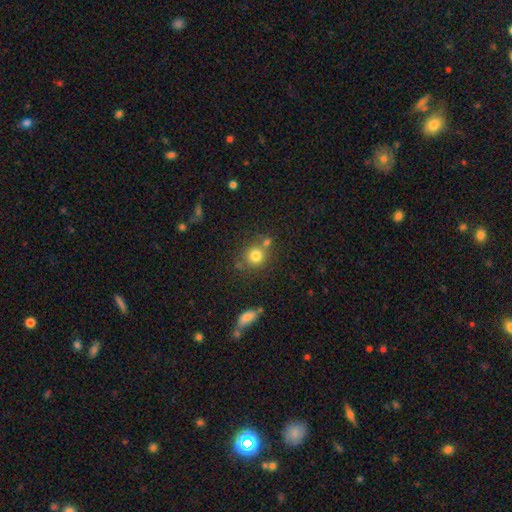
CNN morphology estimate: Smooth or featured: smooth — 79% (star or artifact — 12%)
How rounded: round — 87% (in between — 12%)
Merging: none — 66% (merger — 19%)